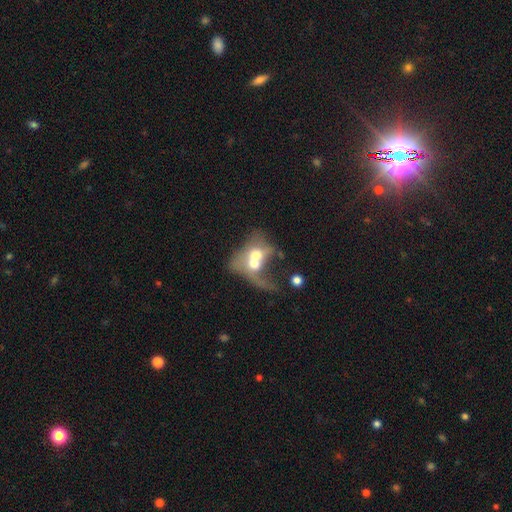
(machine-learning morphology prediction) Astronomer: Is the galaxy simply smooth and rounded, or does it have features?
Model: smooth — 50% (runner-up: featured or disk, 41%).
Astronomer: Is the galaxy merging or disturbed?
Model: merger — 77%.